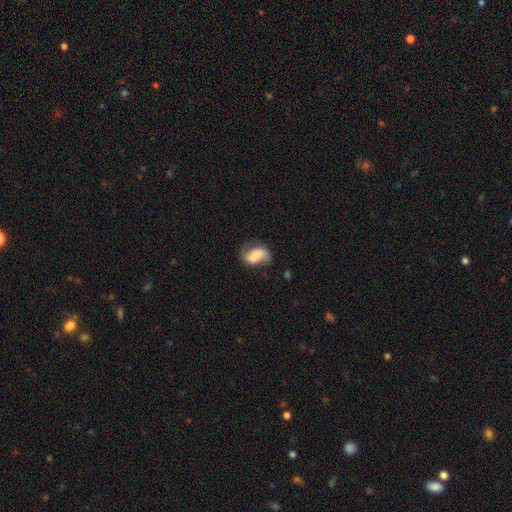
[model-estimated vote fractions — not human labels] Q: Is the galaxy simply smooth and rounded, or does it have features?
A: featured or disk — 53%.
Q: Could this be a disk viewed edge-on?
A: no — 96%.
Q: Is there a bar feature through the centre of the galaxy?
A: no — 46%.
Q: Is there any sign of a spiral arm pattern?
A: yes — 88%.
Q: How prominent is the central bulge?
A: moderate — 38%.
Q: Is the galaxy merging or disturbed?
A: none — 64%.